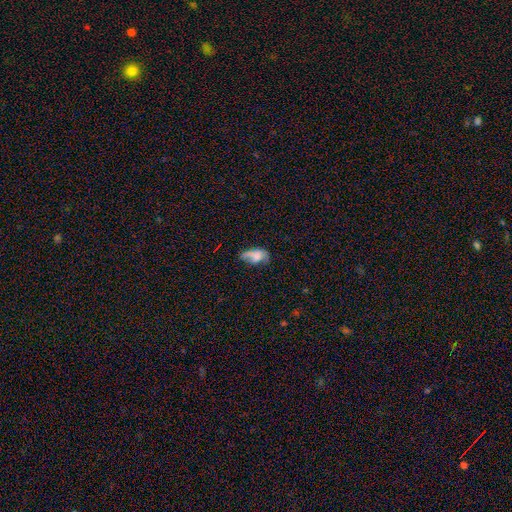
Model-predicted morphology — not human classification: A smooth galaxy with no disk features (59%) that is in between round and cigar-shaped (87%).

Vote fractions:
- Smooth or featured? smooth: 59% / featured or disk: 29% / star or artifact: 12%
- How rounded? in between: 87% / round: 8% / cigar-shaped: 5%
- Merging? major disturbance: 33% / none: 30% / minor disturbance: 27% / merger: 10%